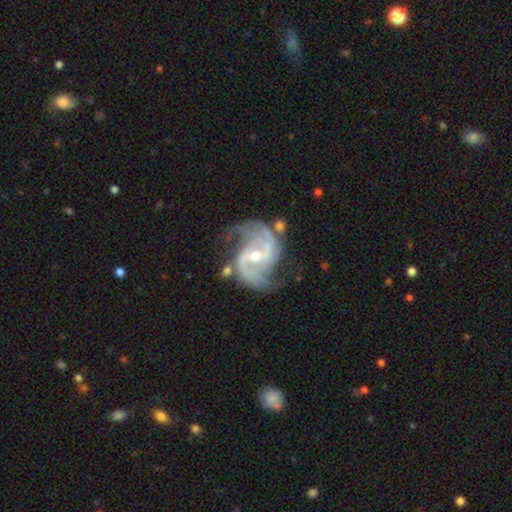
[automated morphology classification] Smooth or featured: featured or disk — 91% (star or artifact — 5%)
Edge-on disk: no — 98% (yes — 2%)
Bar: weak — 43% (strong — 32%)
Spiral arms: yes — 98% (no — 2%)
Spiral winding: medium — 50% (loose — 37%)
Spiral arm count: 2 — 88% (3 — 5%)
Bulge size: small — 54% (moderate — 43%)
Merging: none — 64% (minor disturbance — 21%)